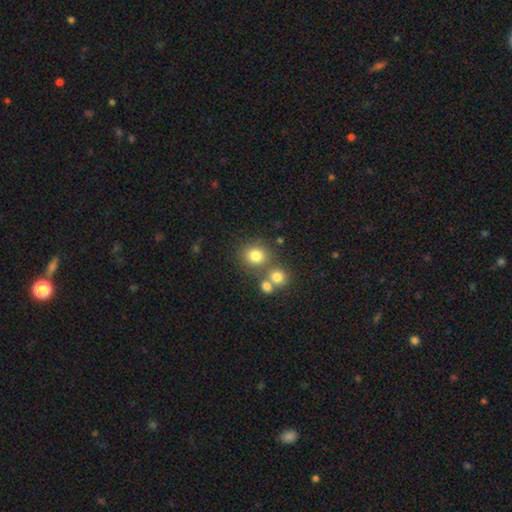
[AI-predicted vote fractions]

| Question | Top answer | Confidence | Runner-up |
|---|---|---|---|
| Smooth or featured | smooth | 78% | star or artifact (13%) |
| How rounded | round | 83% | in between (16%) |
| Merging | none | 65% | merger (21%) |